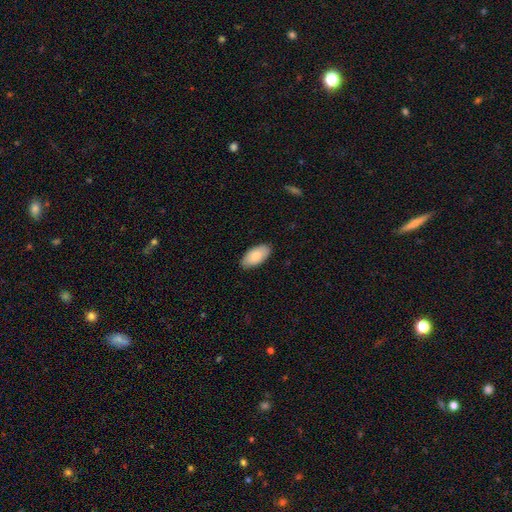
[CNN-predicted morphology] Overall: smooth (85%). How rounded: in between (95%). Merging: none (88%).